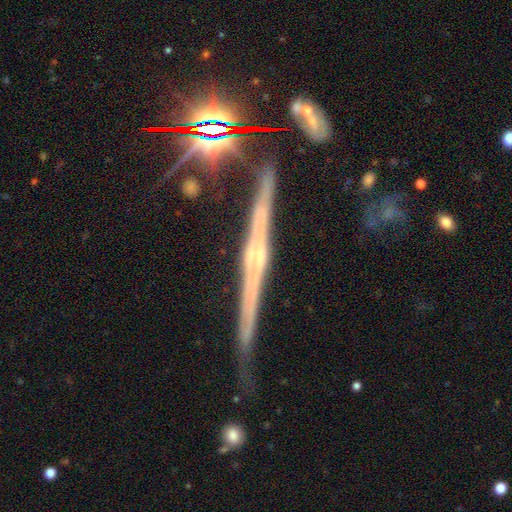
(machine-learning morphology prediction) smooth_or_featured: featured or disk (p=0.76) [alt: smooth p=0.13]
disk_edge_on: yes (p=0.97) [alt: no p=0.03]
edge_on_bulge: rounded (p=0.49) [alt: none p=0.30]
merging: none (p=0.81) [alt: minor disturbance p=0.14]